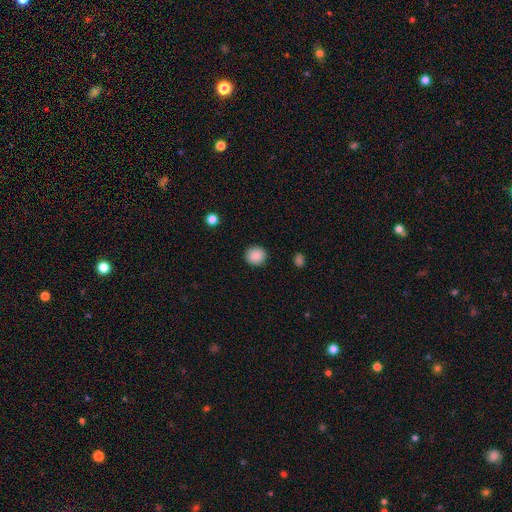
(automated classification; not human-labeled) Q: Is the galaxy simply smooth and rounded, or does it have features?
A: smooth — 89%.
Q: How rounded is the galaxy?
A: round — 91%.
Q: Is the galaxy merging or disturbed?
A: none — 91%.